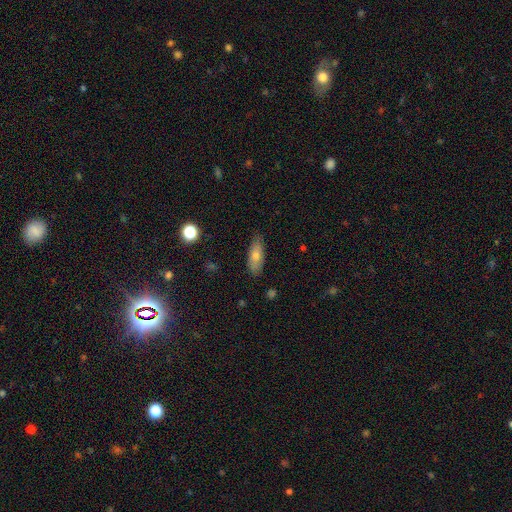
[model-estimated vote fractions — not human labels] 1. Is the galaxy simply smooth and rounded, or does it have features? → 72% smooth, 21% featured or disk, 7% star or artifact.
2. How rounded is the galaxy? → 72% in between, 25% cigar-shaped, 3% round.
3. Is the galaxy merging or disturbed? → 80% none, 16% minor disturbance, 3% major disturbance, 1% merger.